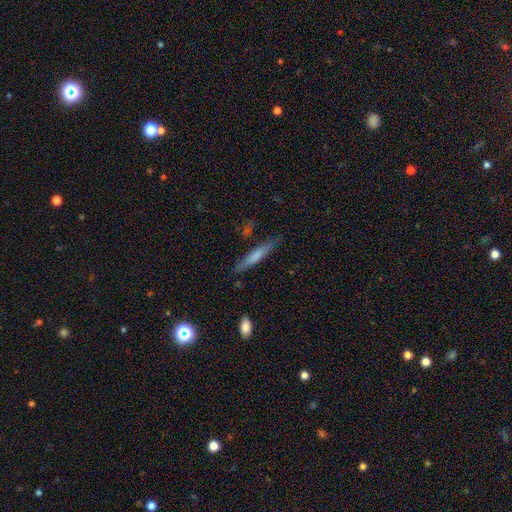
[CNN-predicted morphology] A smooth galaxy with no disk features (61%) that is cigar-shaped (92%). Merging: none (82%).